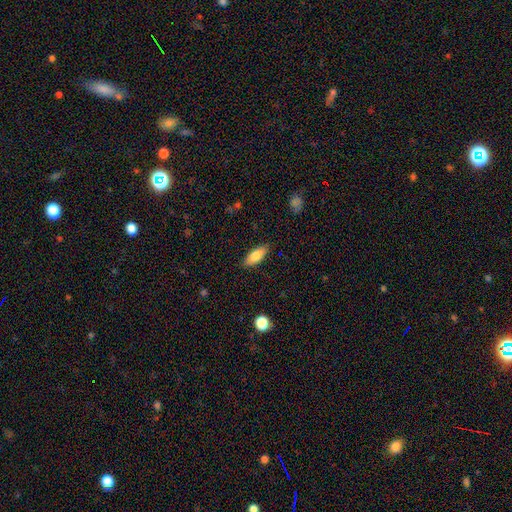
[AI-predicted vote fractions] Smooth or featured?
  - smooth: 79% *
  - featured or disk: 14%
  - star or artifact: 7%
How rounded?
  - in between: 78% *
  - cigar-shaped: 19%
  - round: 2%
Merging?
  - none: 87% *
  - minor disturbance: 10%
  - major disturbance: 2%
  - merger: 1%